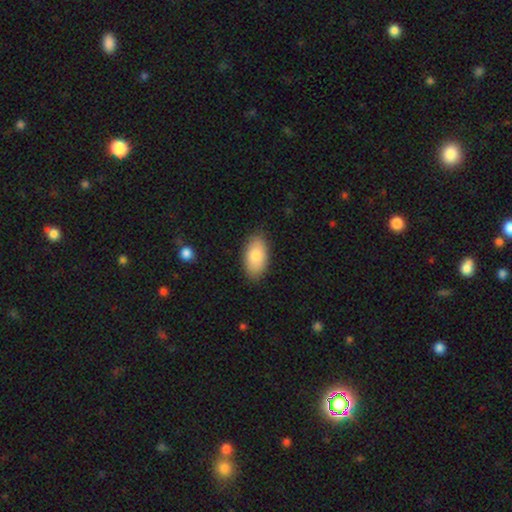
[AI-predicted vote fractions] smooth 84%, featured or disk 10%, star or artifact 6%. Down the decision tree: how rounded — in between (95%); merging — none (86%).